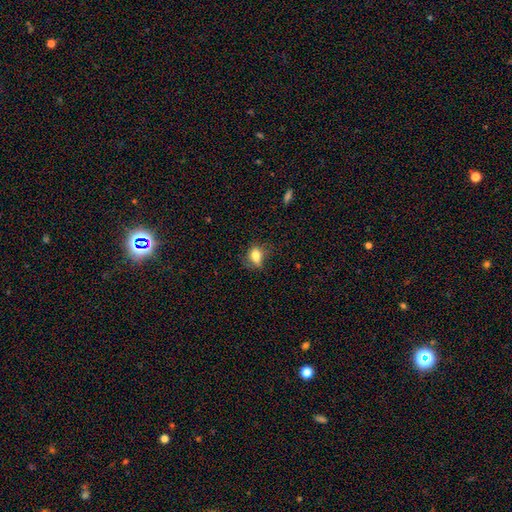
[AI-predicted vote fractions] The model was most divided on "merging": none: 61%, minor disturbance: 26%, major disturbance: 11%, merger: 2%. More confident: smooth or featured — smooth (79%); how rounded — in between (74%).